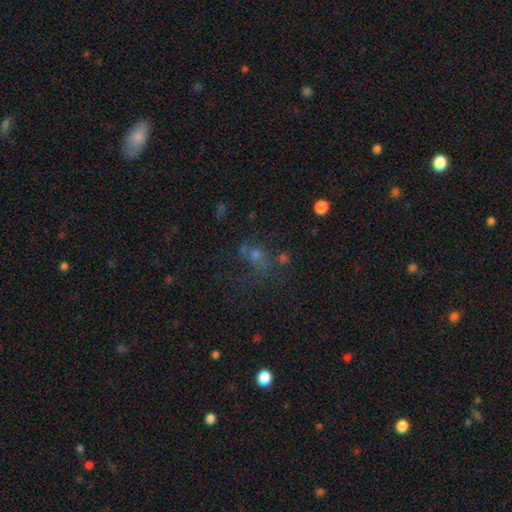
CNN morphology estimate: A smooth galaxy with no disk features (47%). Merging: none (44%).